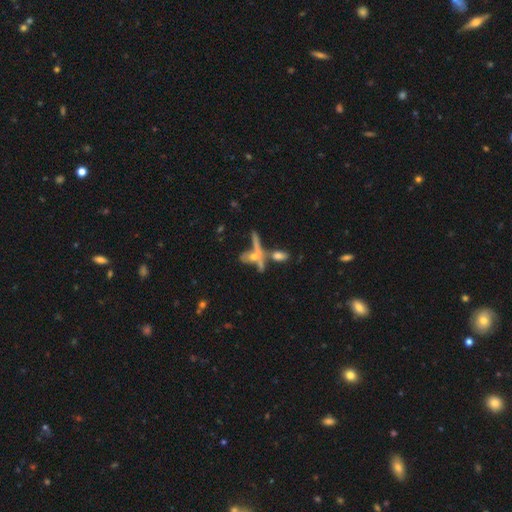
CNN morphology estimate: smooth-or-featured: featured or disk: 51% | smooth: 35% | star or artifact: 14%
  disk-edge-on: yes: 59% | no: 41%
  merging: merger: 38% | none: 37% | minor disturbance: 13% | major disturbance: 11%